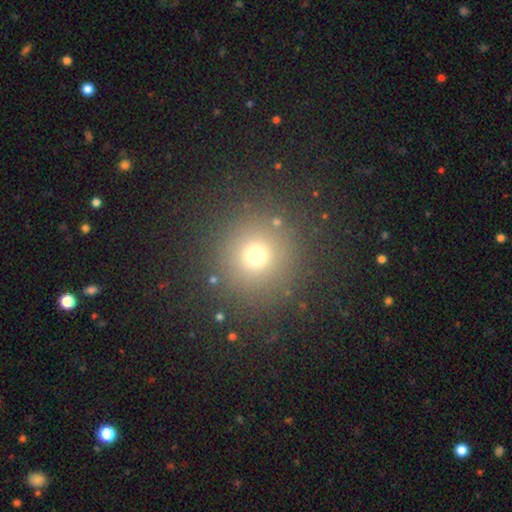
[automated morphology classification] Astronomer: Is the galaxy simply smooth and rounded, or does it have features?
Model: smooth — 70%.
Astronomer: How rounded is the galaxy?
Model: round — 95%.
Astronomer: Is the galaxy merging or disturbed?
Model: none — 87%.